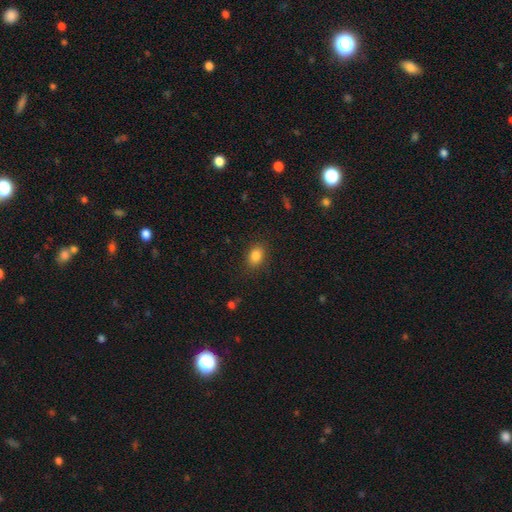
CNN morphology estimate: Smooth or featured: smooth — 85% (star or artifact — 10%)
How rounded: in between — 76% (round — 23%)
Merging: none — 85% (minor disturbance — 10%)